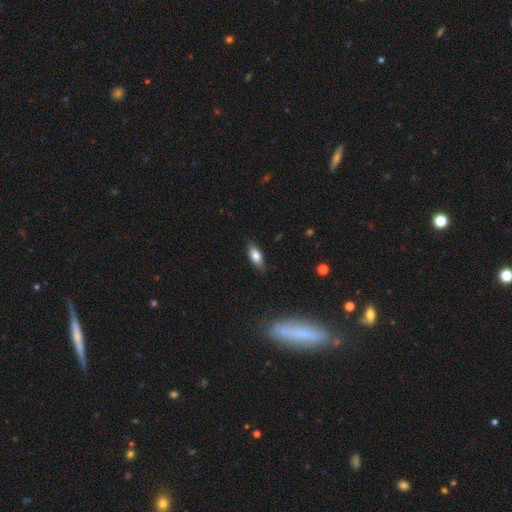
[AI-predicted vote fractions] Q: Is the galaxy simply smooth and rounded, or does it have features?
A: smooth — 69%.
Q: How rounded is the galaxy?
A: in between — 74%.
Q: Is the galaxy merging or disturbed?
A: none — 84%.